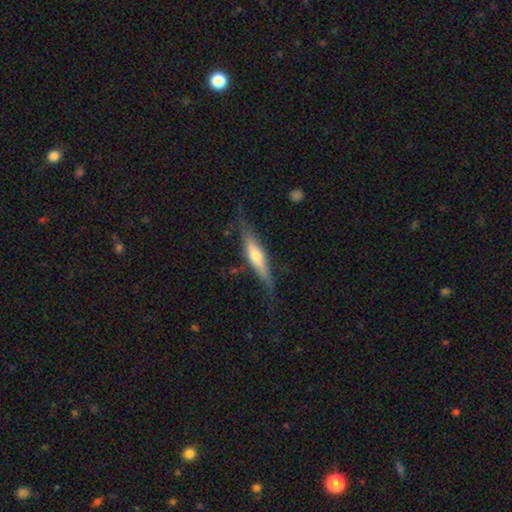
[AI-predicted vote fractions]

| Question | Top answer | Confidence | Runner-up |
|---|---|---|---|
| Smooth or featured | featured or disk | 62% | smooth (32%) |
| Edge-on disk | yes | 93% | no (7%) |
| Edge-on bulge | rounded | 84% | none (9%) |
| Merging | none | 76% | minor disturbance (17%) |